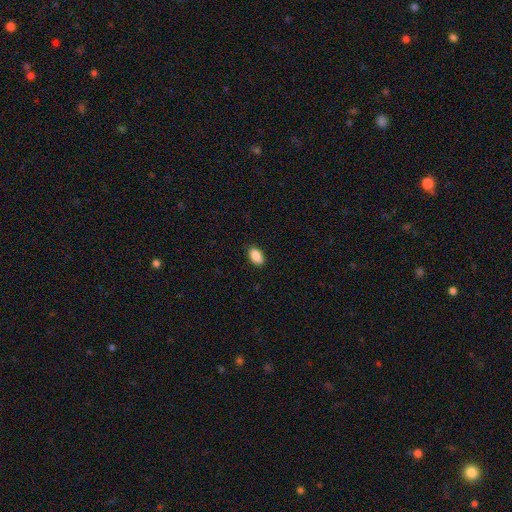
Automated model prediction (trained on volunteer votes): This is clearly a smooth galaxy (89%). How rounded: clearly in between (93%). Merging: clearly none (89%).